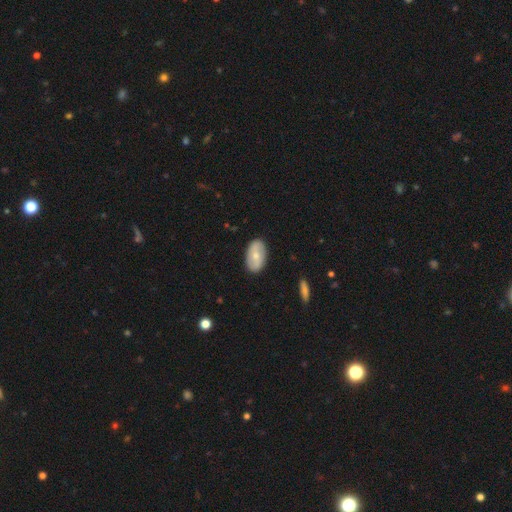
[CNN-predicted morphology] smooth-or-featured: smooth: 56% | featured or disk: 38% | star or artifact: 6%
  how-rounded: in between: 92% | round: 6% | cigar-shaped: 2%
  merging: none: 87% | minor disturbance: 10% | major disturbance: 2% | merger: 1%